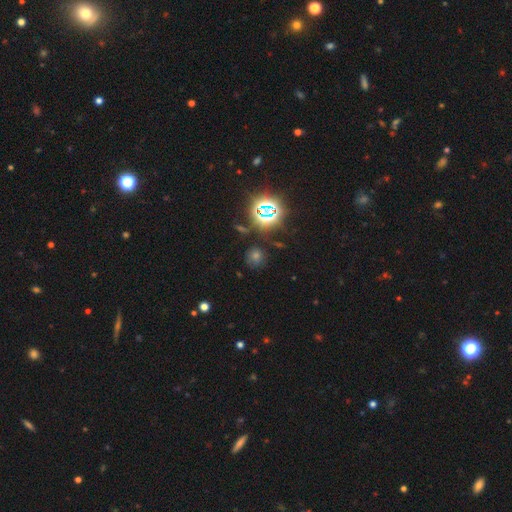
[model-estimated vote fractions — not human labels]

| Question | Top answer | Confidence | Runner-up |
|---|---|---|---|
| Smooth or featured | star or artifact | 57% | smooth (34%) |